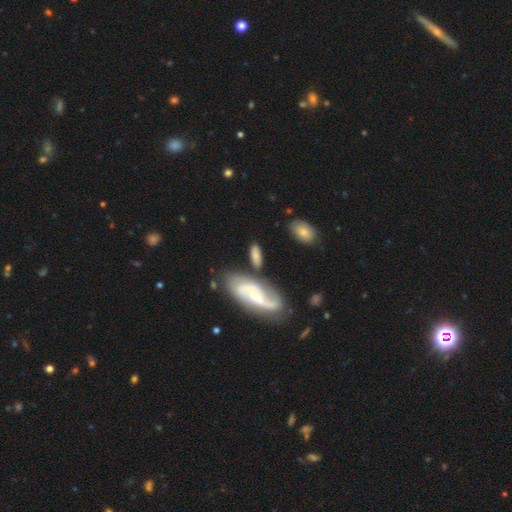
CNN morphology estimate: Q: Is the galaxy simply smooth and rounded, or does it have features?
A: smooth — 56%.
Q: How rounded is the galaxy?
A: in between — 74%.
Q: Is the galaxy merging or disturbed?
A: none — 58%.